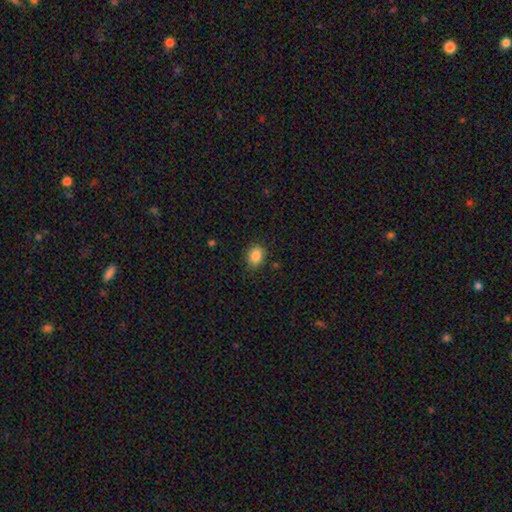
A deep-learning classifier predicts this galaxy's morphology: This is clearly a smooth galaxy (86%). How rounded: possibly in between (52%). Merging: clearly none (81%).